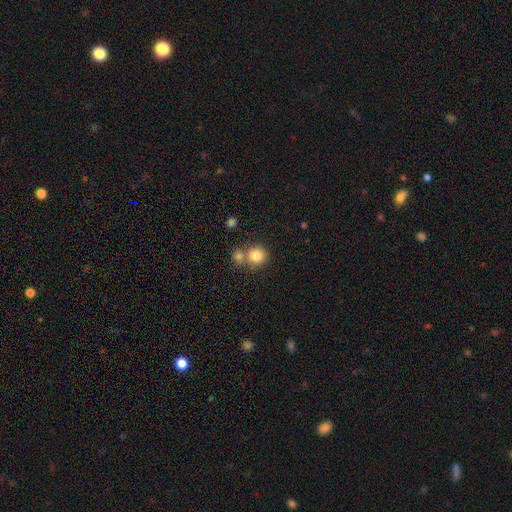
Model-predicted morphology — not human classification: Smooth or featured?
  - smooth: 81% *
  - star or artifact: 11%
  - featured or disk: 8%
How rounded?
  - round: 88% *
  - in between: 11%
  - cigar-shaped: 1%
Merging?
  - none: 57% *
  - merger: 32%
  - minor disturbance: 8%
  - major disturbance: 3%